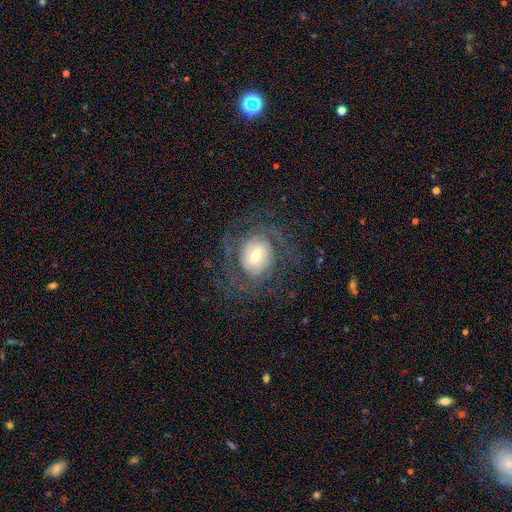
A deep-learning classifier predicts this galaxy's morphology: The model was most divided on "bar": weak: 44%, no: 39%, strong: 16%. Remaining: edge-on disk — no (97%); spiral arms — yes (92%); smooth or featured — featured or disk (82%); merging — none (70%); bulge size — moderate (54%); spiral winding — tight (50%); spiral arm count — 2 (39%).